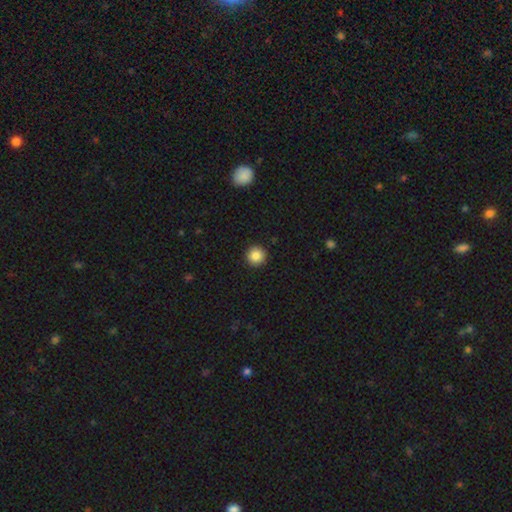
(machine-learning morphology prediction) type=smooth (86%); roundness=round (96%); merging=none (93%).